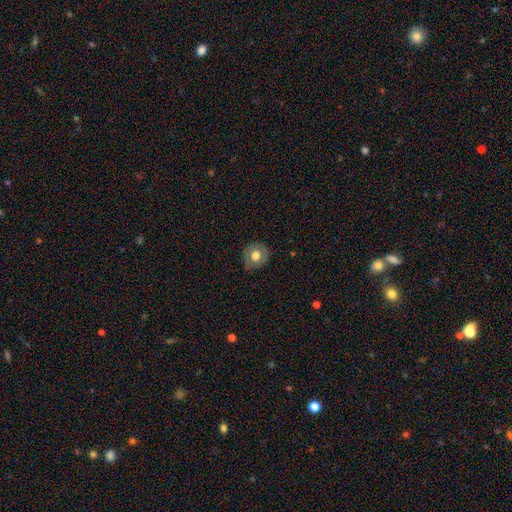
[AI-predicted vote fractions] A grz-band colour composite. It shows a smooth galaxy with no disk features (67%) that is round (84%). Merging: none (80%).